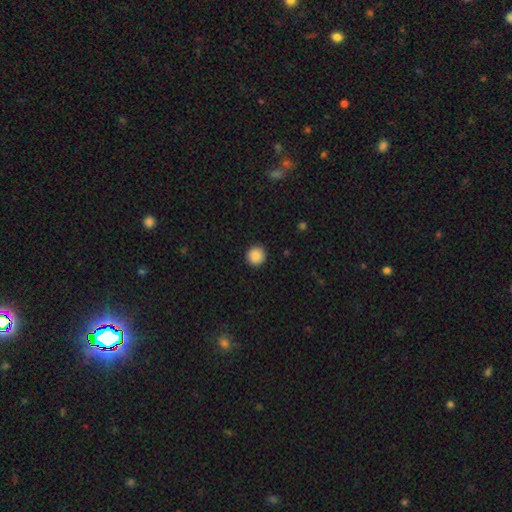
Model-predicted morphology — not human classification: smooth 88%, star or artifact 9%, featured or disk 3%. Down the decision tree: how rounded — round (94%); merging — none (92%).